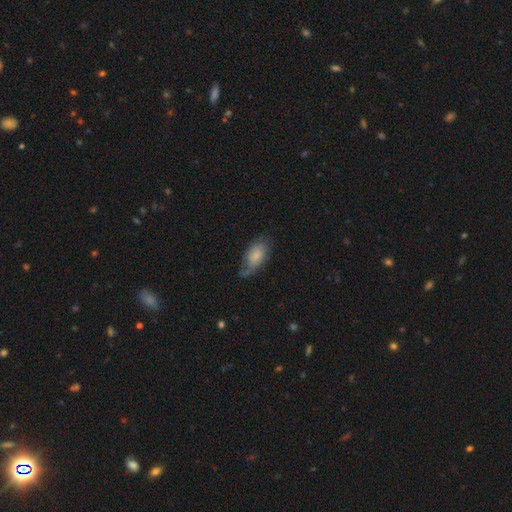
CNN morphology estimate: type=smooth (65%); roundness=in between (92%); merging=none (46%).